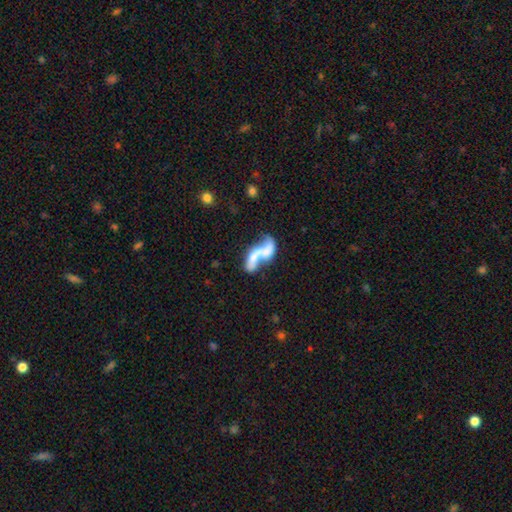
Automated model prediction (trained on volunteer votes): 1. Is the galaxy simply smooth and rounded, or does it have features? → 52% featured or disk, 40% smooth, 9% star or artifact.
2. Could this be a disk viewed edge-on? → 93% no, 7% yes.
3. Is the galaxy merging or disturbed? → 63% merger, 15% none, 14% major disturbance, 8% minor disturbance.